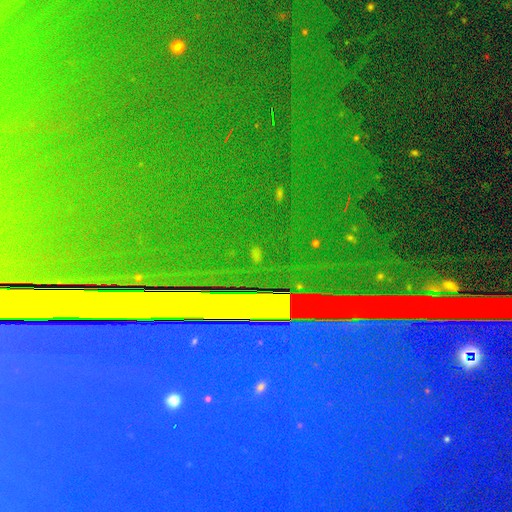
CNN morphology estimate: Smooth or featured? star or artifact (85%)